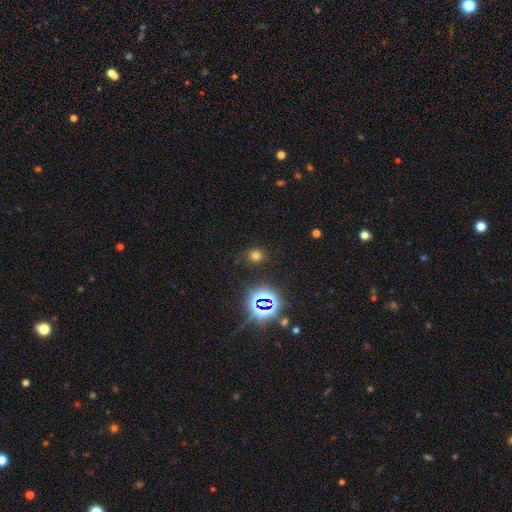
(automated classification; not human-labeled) smooth 65%, star or artifact 28%, featured or disk 7%. Down the decision tree: how rounded — round (81%); merging — none (82%).